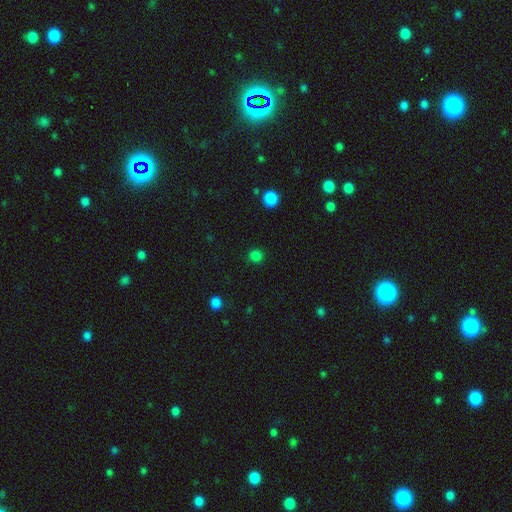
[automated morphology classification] A smooth galaxy with no disk features (82%) that is round (92%). Merging: none (90%).